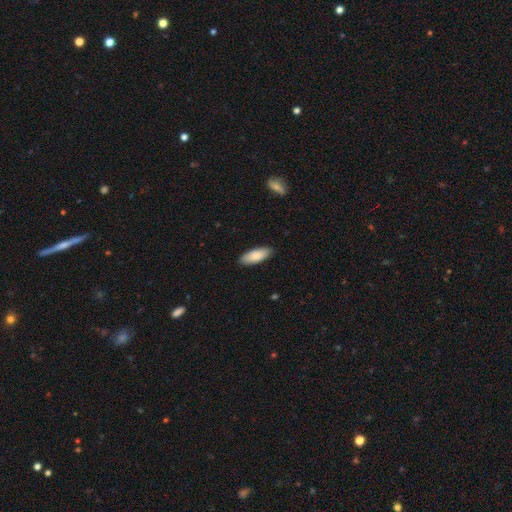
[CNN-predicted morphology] smooth-or-featured: smooth: 83% | featured or disk: 12% | star or artifact: 6%
  how-rounded: in between: 74% | cigar-shaped: 24% | round: 2%
  merging: none: 89% | minor disturbance: 9% | major disturbance: 2% | merger: 1%